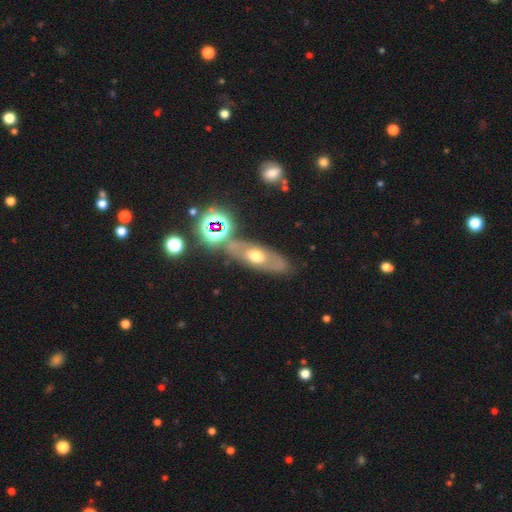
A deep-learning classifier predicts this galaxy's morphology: featured or disk 47%, smooth 38%, star or artifact 15%. Down the decision tree: merging — none (71%).